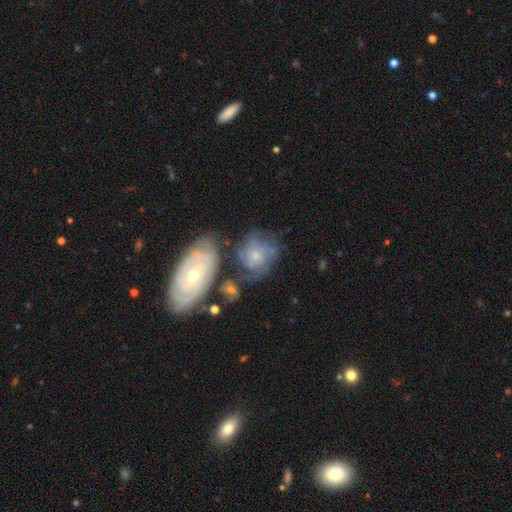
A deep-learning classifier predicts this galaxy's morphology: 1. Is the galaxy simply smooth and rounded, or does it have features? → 65% featured or disk, 27% smooth, 8% star or artifact.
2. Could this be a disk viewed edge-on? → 97% no, 3% yes.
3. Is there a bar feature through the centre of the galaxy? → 78% no, 19% weak, 3% strong.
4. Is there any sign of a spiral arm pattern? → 82% yes, 18% no.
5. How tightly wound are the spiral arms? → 59% tight, 30% medium, 11% loose.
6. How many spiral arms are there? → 43% can't tell, 22% 3, 15% 4, 11% 2, 6% more than 4, 5% 1.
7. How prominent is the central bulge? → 62% small, 32% moderate, 3% none, 2% large, 1% dominant.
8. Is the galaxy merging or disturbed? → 43% none, 25% merger, 19% minor disturbance, 14% major disturbance.